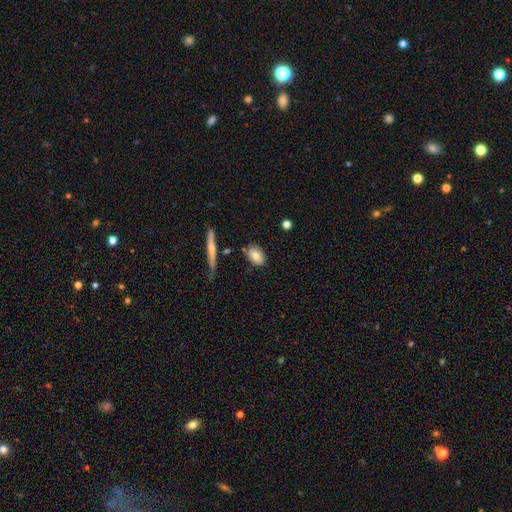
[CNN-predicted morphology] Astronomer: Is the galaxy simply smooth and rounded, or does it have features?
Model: smooth — 77%.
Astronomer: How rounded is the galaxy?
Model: in between — 83%.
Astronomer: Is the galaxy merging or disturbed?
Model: none — 79%.